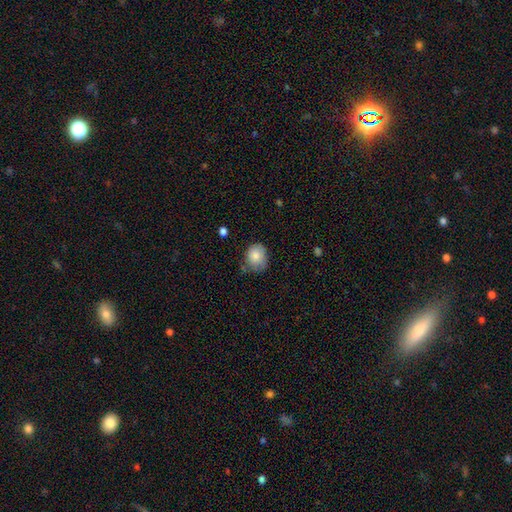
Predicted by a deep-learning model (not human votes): Smooth or featured? smooth (83%)
How rounded? round (65%)
Merging? none (61%)